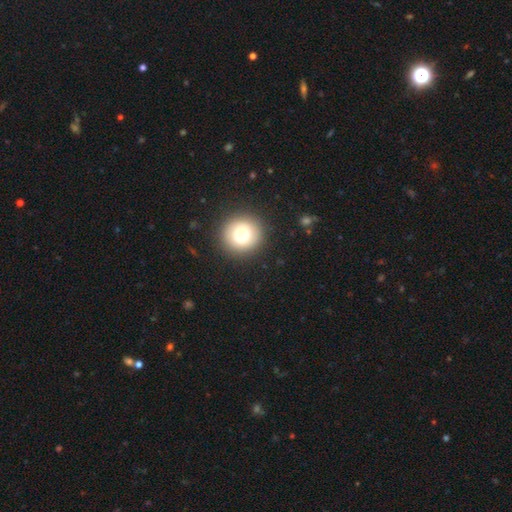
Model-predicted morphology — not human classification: Smooth or featured? smooth (78%)
How rounded? round (92%)
Merging? none (93%)